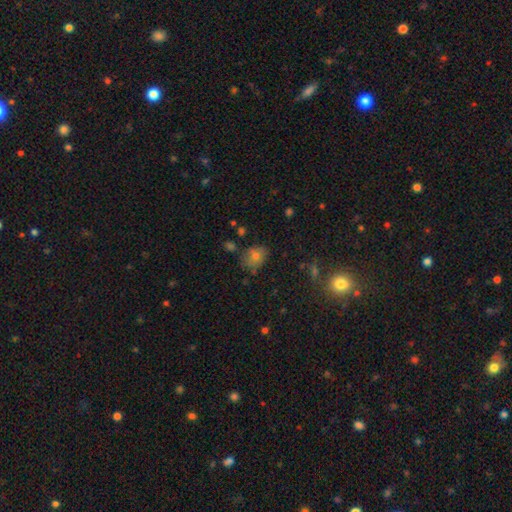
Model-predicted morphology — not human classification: Smooth or featured?
  - smooth: 73% *
  - featured or disk: 14%
  - star or artifact: 13%
How rounded?
  - in between: 51% *
  - round: 48%
  - cigar-shaped: 1%
Merging?
  - none: 65% *
  - minor disturbance: 22%
  - major disturbance: 7%
  - merger: 5%